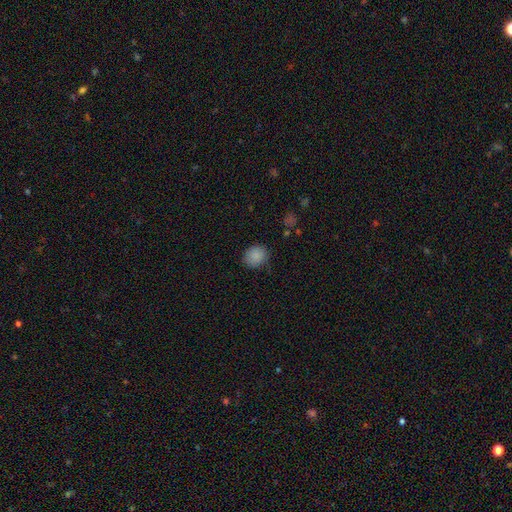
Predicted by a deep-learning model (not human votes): This appears to be a smooth galaxy with no disk features (87%) that is round (73%). Merging: none (78%).